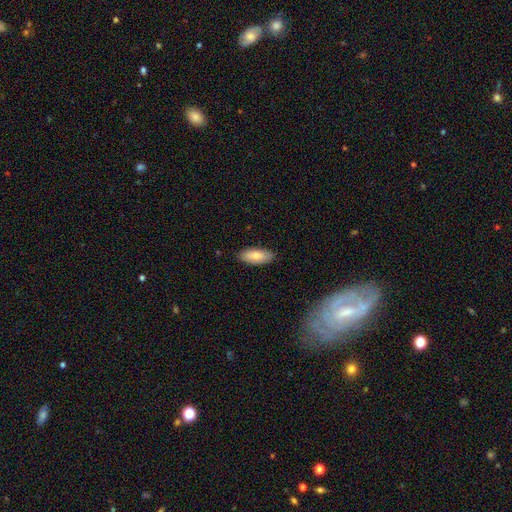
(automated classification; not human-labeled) A smooth galaxy with no disk features (82%) that is in between round and cigar-shaped (82%). Merging: none (87%).